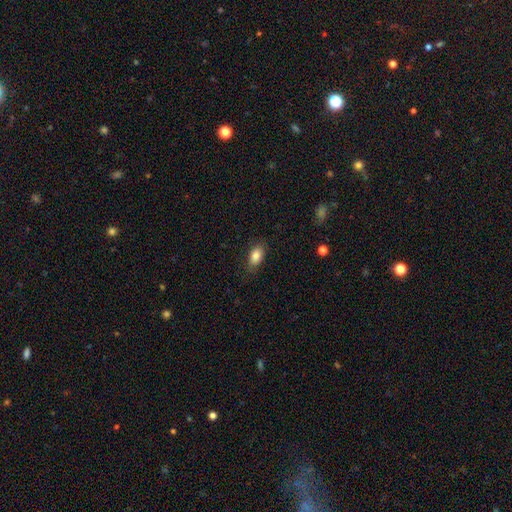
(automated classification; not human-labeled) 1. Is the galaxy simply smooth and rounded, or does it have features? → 84% smooth, 8% featured or disk, 8% star or artifact.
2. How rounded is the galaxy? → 90% in between, 7% round, 3% cigar-shaped.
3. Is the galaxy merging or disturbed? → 83% none, 13% minor disturbance, 3% major disturbance, 1% merger.